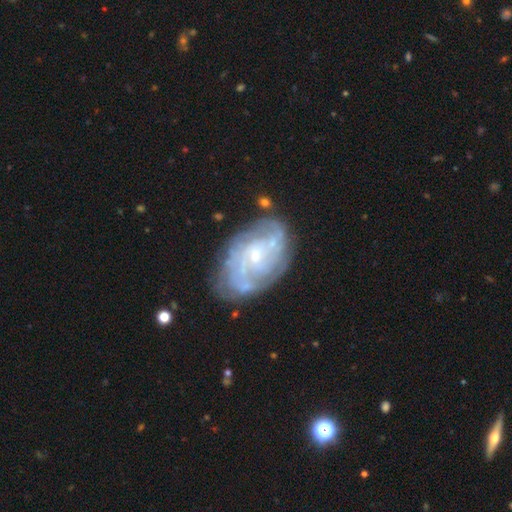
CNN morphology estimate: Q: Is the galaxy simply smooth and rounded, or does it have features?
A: featured or disk — 79%.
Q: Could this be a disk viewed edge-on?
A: no — 97%.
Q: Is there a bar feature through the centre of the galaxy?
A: no — 59%.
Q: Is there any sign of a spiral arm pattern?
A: yes — 83%.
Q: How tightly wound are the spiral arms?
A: tight — 56%.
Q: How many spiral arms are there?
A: can't tell — 48%.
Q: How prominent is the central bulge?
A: small — 71%.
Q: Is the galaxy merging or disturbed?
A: none — 67%.